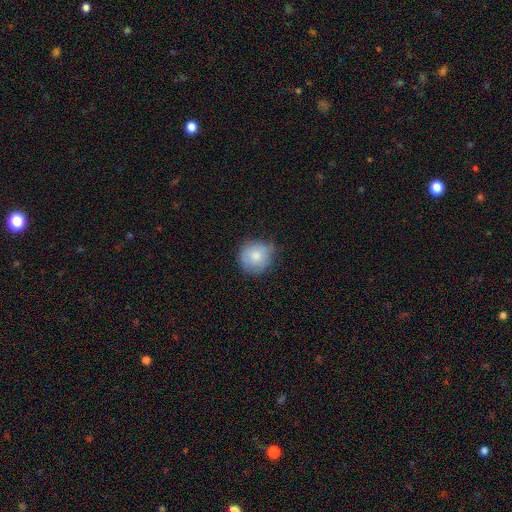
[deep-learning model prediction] Smooth or featured? Predicted: smooth (p=0.80). How rounded? Predicted: round (p=0.91). Merging? Predicted: none (p=0.65).